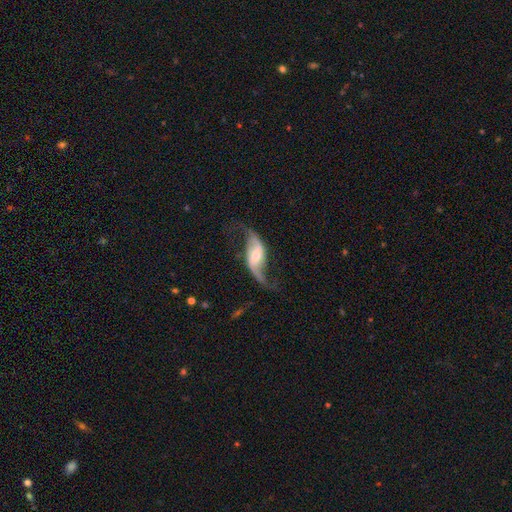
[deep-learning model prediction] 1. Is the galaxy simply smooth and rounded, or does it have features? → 88% featured or disk, 7% smooth, 5% star or artifact.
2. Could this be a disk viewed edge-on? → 95% no, 5% yes.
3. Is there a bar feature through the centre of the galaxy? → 41% no, 33% weak, 26% strong.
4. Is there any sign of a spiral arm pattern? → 96% yes, 4% no.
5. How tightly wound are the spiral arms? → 85% loose, 12% medium, 3% tight.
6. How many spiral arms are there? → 93% 2, 2% 1, 2% can't tell, 1% 3, 1% 4, 1% more than 4.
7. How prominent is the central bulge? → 50% small, 42% moderate, 4% large, 2% none, 1% dominant.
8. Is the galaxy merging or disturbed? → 72% none, 15% minor disturbance, 11% major disturbance, 2% merger.